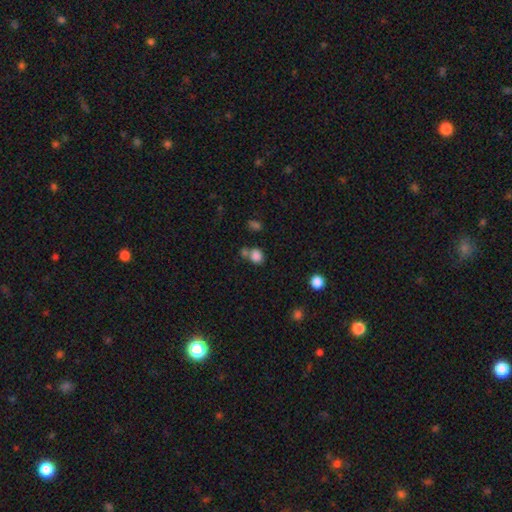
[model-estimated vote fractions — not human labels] Smooth or featured? smooth (83%)
How rounded? round (59%)
Merging? none (52%)